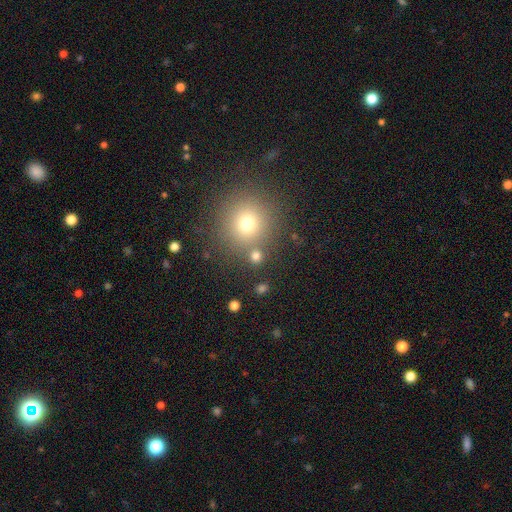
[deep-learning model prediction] smooth-or-featured: smooth: 74% | star or artifact: 19% | featured or disk: 8%
  how-rounded: round: 87% | in between: 11% | cigar-shaped: 1%
  merging: none: 77% | merger: 13% | minor disturbance: 7% | major disturbance: 4%